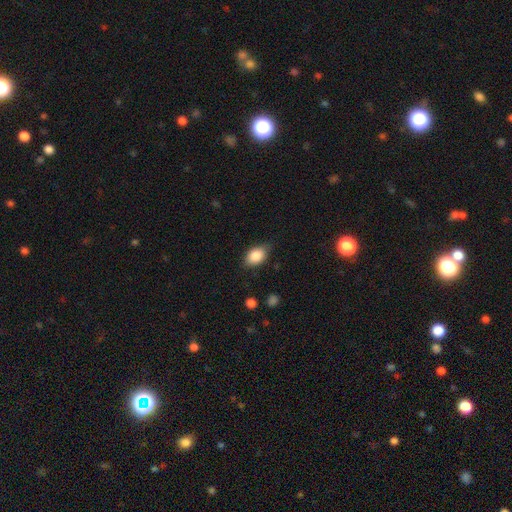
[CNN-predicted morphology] This appears to be a smooth galaxy with no disk features (84%) that is in between round and cigar-shaped (82%). Merging: none (75%).